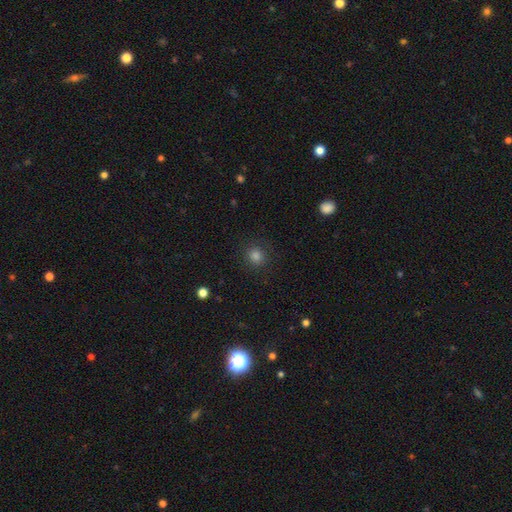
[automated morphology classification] Smooth or featured? smooth (80%)
How rounded? round (86%)
Merging? none (88%)